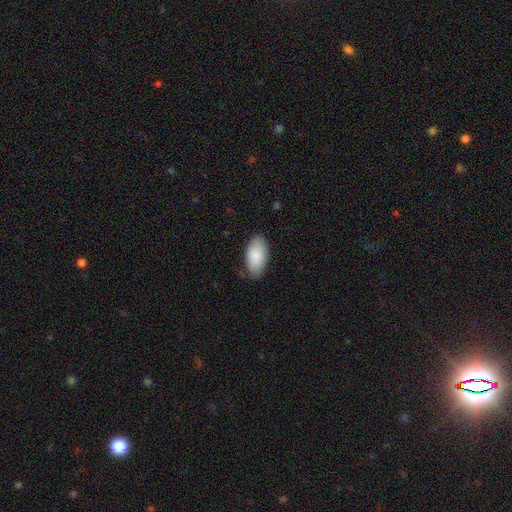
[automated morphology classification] A smooth galaxy with no disk features (88%) that is in between round and cigar-shaped (95%).

Vote fractions:
- Smooth or featured? smooth: 88% / featured or disk: 7% / star or artifact: 6%
- How rounded? in between: 95% / cigar-shaped: 3% / round: 2%
- Merging? none: 79% / minor disturbance: 17% / major disturbance: 3% / merger: 1%